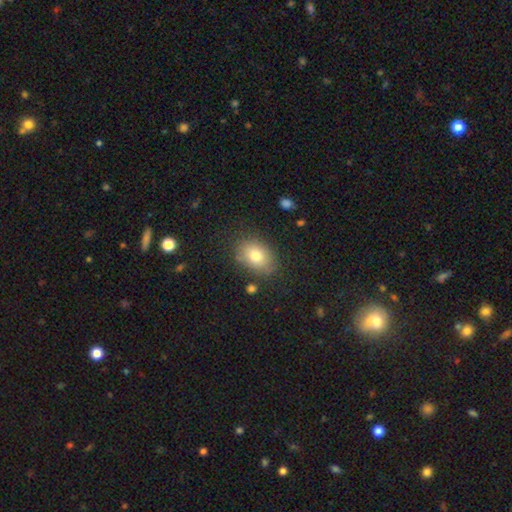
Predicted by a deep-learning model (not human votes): The model was most divided on "how rounded": in between: 72%, round: 27%, cigar-shaped: 1%. More confident: merging — none (80%); smooth or featured — smooth (77%).